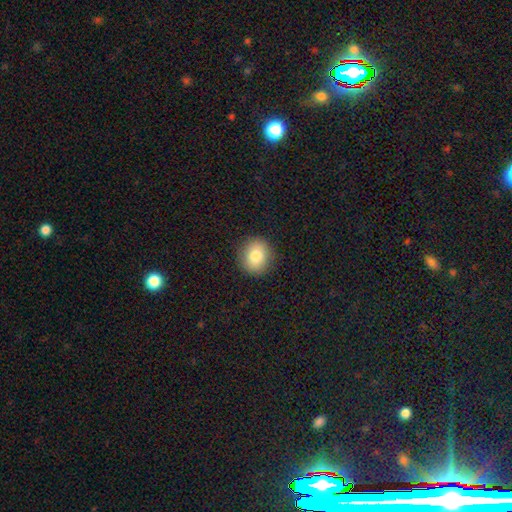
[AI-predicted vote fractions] Smooth or featured? Predicted: smooth (p=0.81). How rounded? Predicted: round (p=0.77). Merging? Predicted: none (p=0.90).